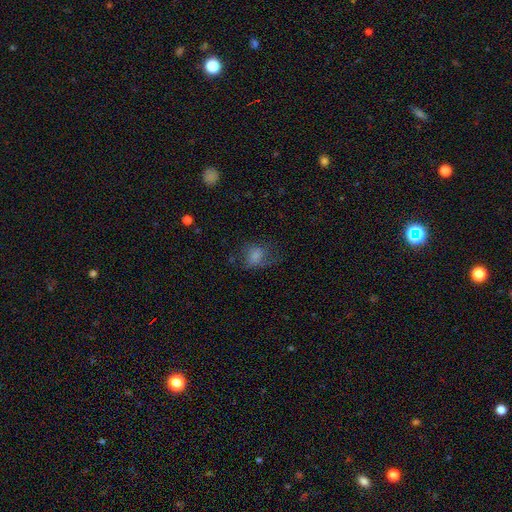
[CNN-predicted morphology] The model was most divided on "merging": none: 45%, major disturbance: 28%, minor disturbance: 25%, merger: 2%. More confident: smooth or featured — smooth (68%); how rounded — in between (60%).